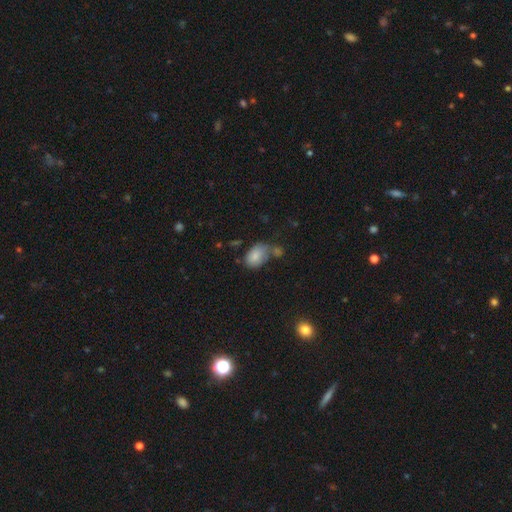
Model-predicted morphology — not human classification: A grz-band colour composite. It shows a smooth galaxy with no disk features (81%) that is in between round and cigar-shaped (86%). Merging: none (45%).